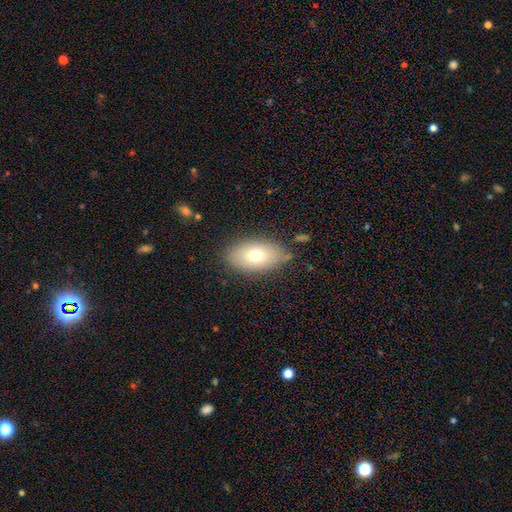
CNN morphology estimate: Overall: smooth (72%). How rounded: in between (90%). Merging: none (78%).